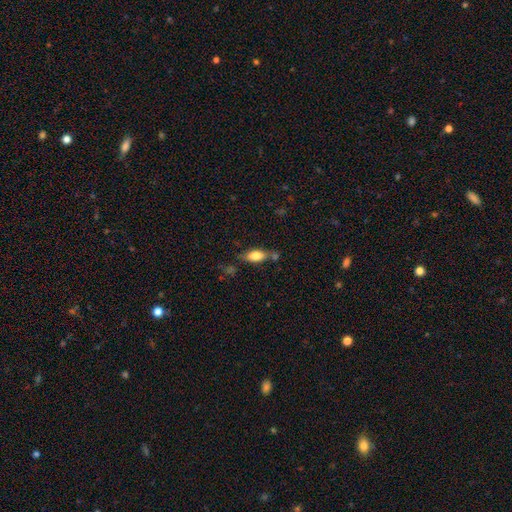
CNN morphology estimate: Smooth or featured: smooth — 73% (featured or disk — 20%)
How rounded: in between — 78% (cigar-shaped — 18%)
Merging: none — 62% (minor disturbance — 19%)